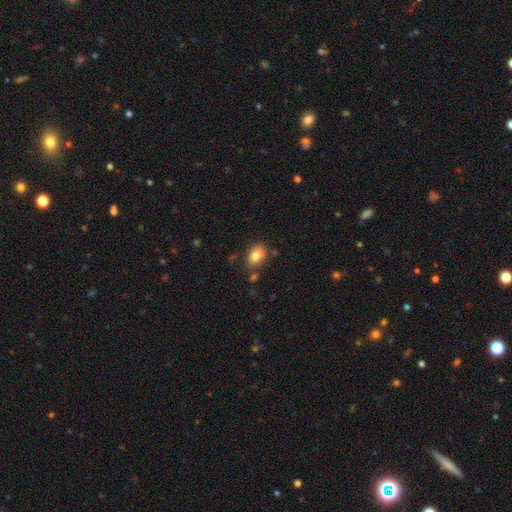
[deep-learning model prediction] Morphology: type=smooth (82%); roundness=in between (79%); merging=none (73%).